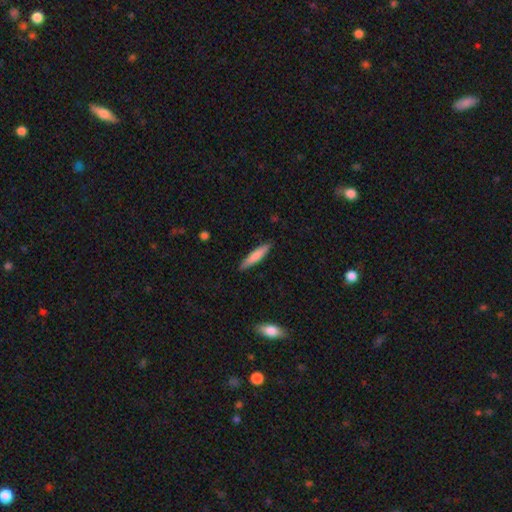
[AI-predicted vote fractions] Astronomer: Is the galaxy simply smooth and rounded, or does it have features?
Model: smooth — 76%.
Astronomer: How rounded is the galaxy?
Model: cigar-shaped — 86%.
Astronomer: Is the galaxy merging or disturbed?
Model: none — 88%.